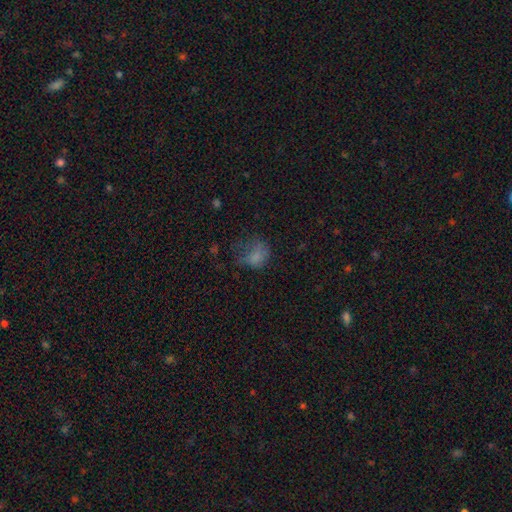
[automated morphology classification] Smooth or featured?
  - smooth: 65% *
  - star or artifact: 18%
  - featured or disk: 16%
How rounded?
  - in between: 58% *
  - round: 40%
  - cigar-shaped: 2%
Merging?
  - major disturbance: 41% *
  - none: 32%
  - minor disturbance: 24%
  - merger: 3%